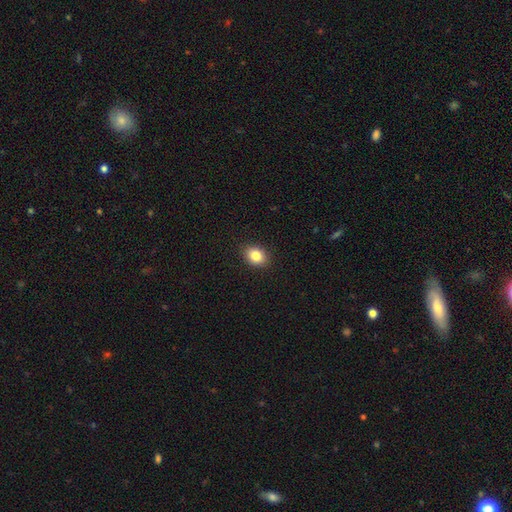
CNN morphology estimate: This appears to be a smooth galaxy with no disk features (84%) that is in between round and cigar-shaped (62%). Merging: none (90%).